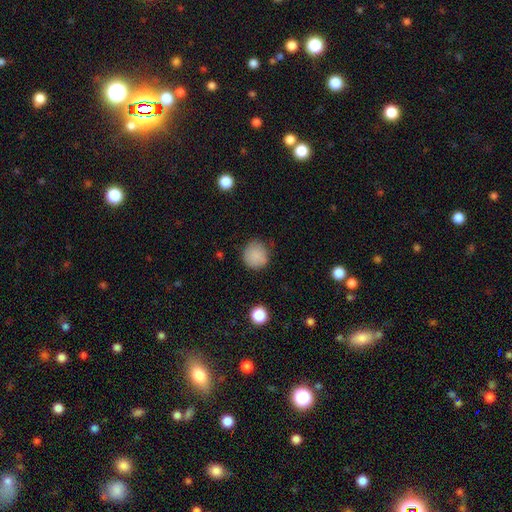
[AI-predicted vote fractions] Smooth or featured: smooth — 86% (star or artifact — 9%)
How rounded: round — 91% (in between — 8%)
Merging: none — 79% (minor disturbance — 16%)